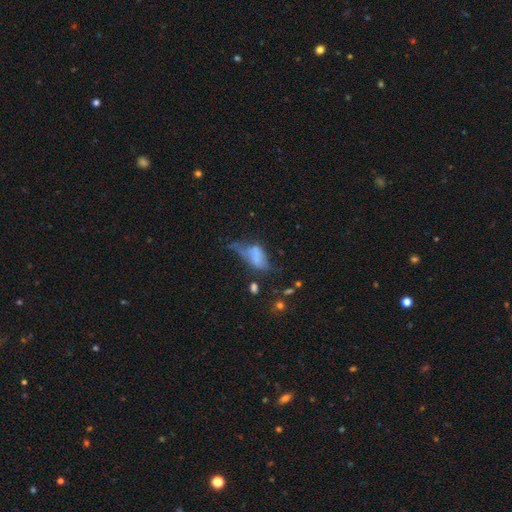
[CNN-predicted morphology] A smooth galaxy with no disk features (49%). Merging: major disturbance (37%).